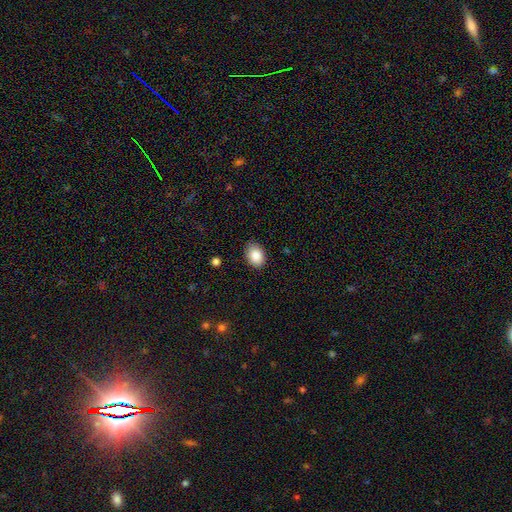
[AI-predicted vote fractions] A smooth galaxy with no disk features (87%) that is in between round and cigar-shaped (78%). Merging: none (83%).